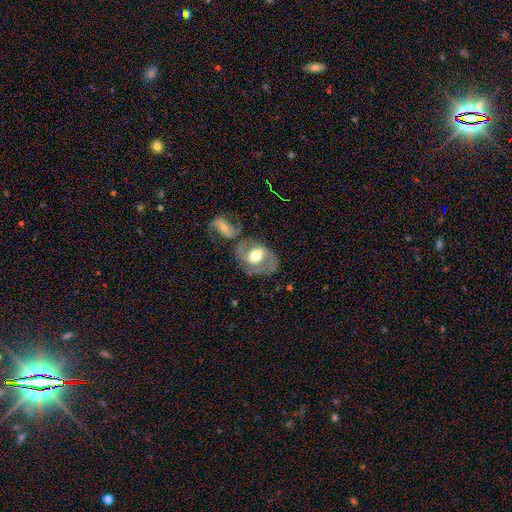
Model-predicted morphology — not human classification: smooth_or_featured: featured or disk (p=0.73) [alt: smooth p=0.21]
disk_edge_on: no (p=0.96) [alt: yes p=0.04]
bar: weak (p=0.38) [alt: no p=0.36]
has_spiral_arms: yes (p=0.81) [alt: no p=0.19]
spiral_winding: medium (p=0.52) [alt: loose p=0.25]
spiral_arm_count: 2 (p=0.82) [alt: can't tell p=0.08]
bulge_size: moderate (p=0.61) [alt: large p=0.26]
merging: none (p=0.47) [alt: merger p=0.25]